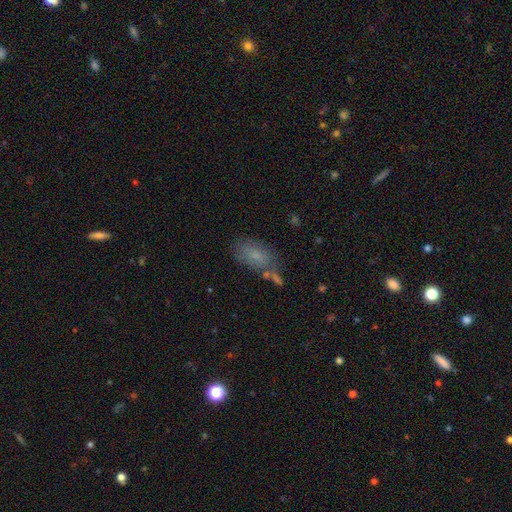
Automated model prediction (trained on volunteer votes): Smooth or featured? smooth (74%)
How rounded? in between (89%)
Merging? none (61%)